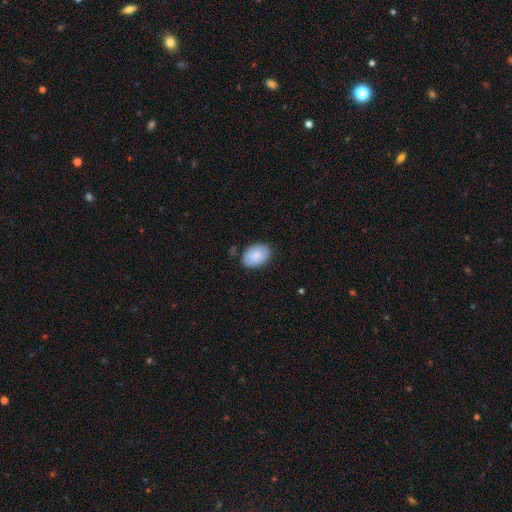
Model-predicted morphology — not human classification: smooth_or_featured: smooth (p=0.83) [alt: featured or disk p=0.11]
how_rounded: in between (p=0.83) [alt: round p=0.16]
merging: none (p=0.83) [alt: minor disturbance p=0.13]